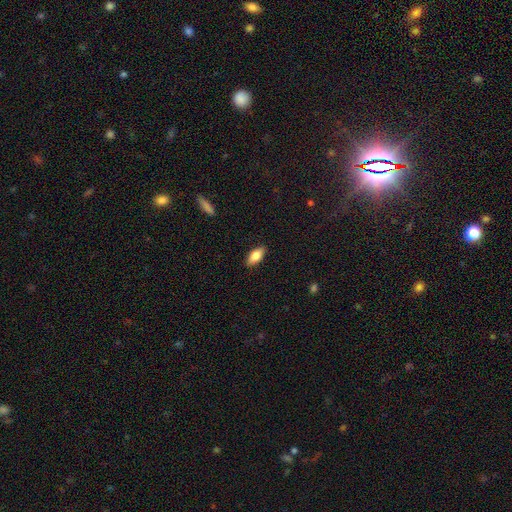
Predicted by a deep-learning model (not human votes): smooth 75%, featured or disk 18%, star or artifact 7%. Down the decision tree: how rounded — in between (82%); merging — none (88%).